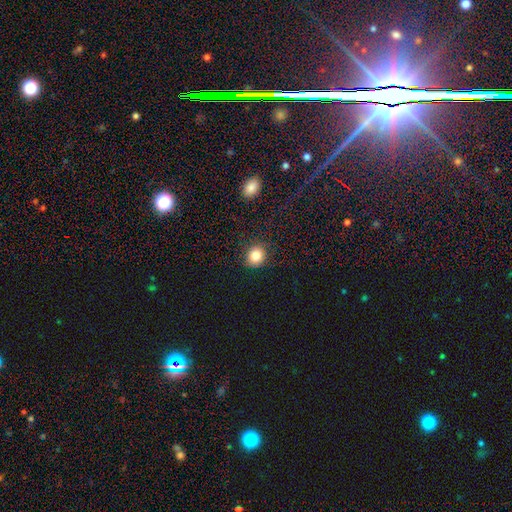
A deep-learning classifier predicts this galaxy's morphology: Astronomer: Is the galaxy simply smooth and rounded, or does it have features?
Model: smooth — 84%.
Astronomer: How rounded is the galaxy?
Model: round — 82%.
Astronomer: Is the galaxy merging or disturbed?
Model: none — 88%.